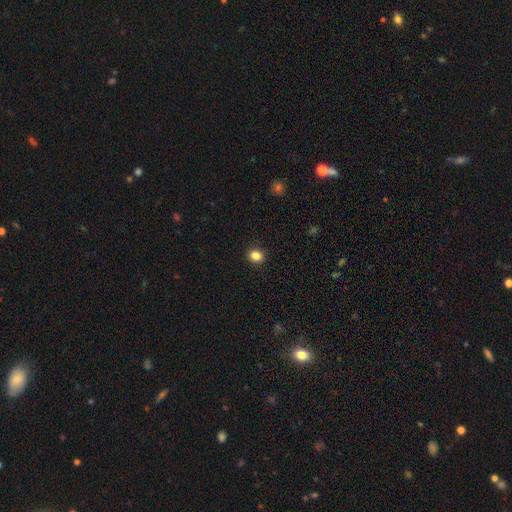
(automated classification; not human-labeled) Smooth or featured?
  - smooth: 85% *
  - star or artifact: 11%
  - featured or disk: 4%
How rounded?
  - round: 65% *
  - in between: 34%
  - cigar-shaped: 1%
Merging?
  - none: 90% *
  - minor disturbance: 7%
  - major disturbance: 2%
  - merger: 1%